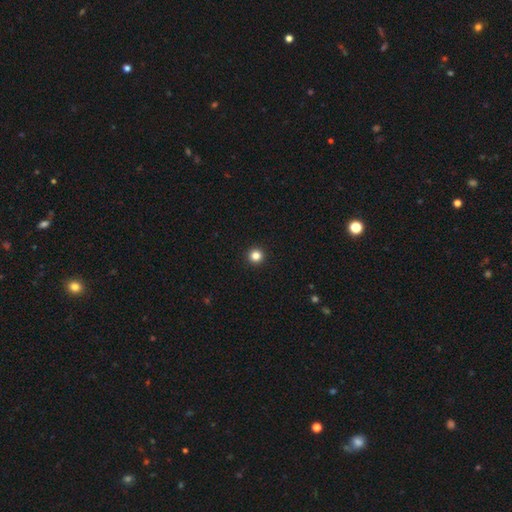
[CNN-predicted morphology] Smooth or featured? smooth (83%)
How rounded? round (96%)
Merging? none (94%)